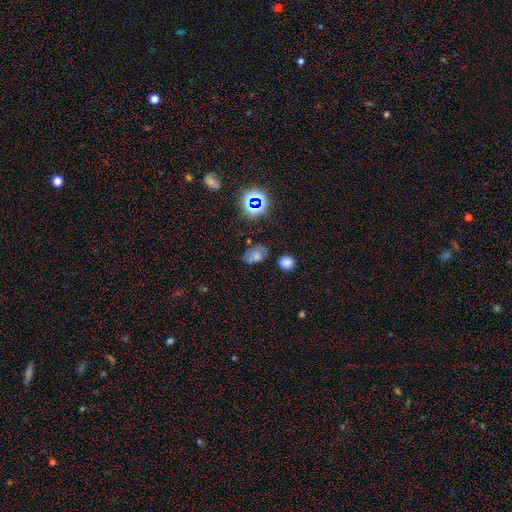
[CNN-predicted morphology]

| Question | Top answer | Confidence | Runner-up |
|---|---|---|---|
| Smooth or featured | smooth | 63% | star or artifact (25%) |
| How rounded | in between | 74% | round (24%) |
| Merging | none | 63% | minor disturbance (22%) |